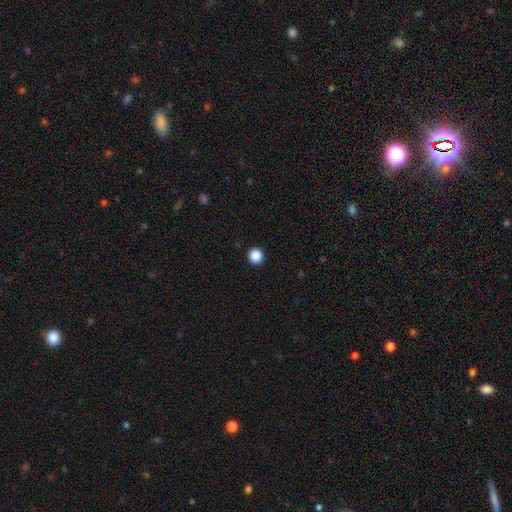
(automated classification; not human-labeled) Q: Smooth or featured?
A: smooth (88%); runner-up: star or artifact (10%)
Q: How rounded?
A: round (95%); runner-up: in between (4%)
Q: Merging?
A: none (94%); runner-up: minor disturbance (4%)